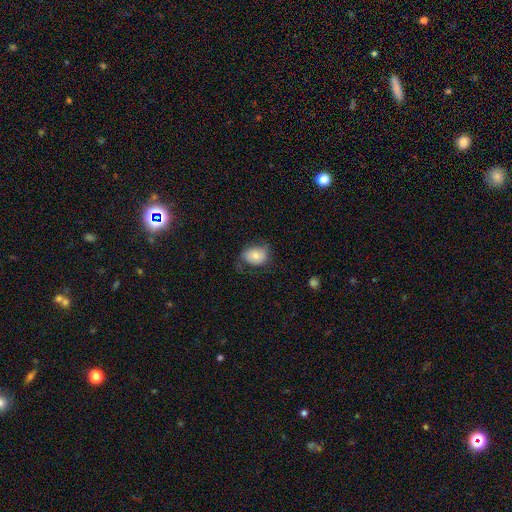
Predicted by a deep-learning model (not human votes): The model was most divided on "merging": none: 54%, minor disturbance: 28%, major disturbance: 16%, merger: 1%. More confident: how rounded — in between (68%); smooth or featured — smooth (66%).